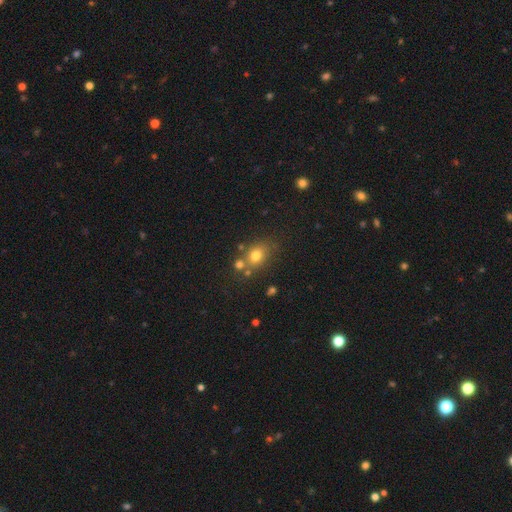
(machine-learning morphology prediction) This is likely a smooth galaxy (74%). How rounded: possibly in between (51%). Merging: possibly none (59%).